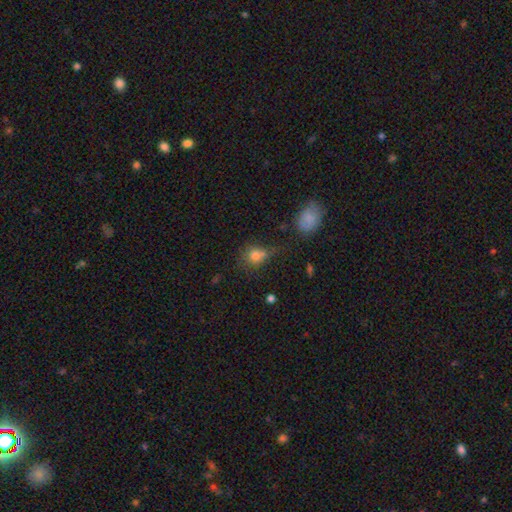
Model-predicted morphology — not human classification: A smooth galaxy with no disk features (74%) that is round (73%).

Vote fractions:
- Smooth or featured? smooth: 74% / star or artifact: 15% / featured or disk: 10%
- How rounded? round: 73% / in between: 26% / cigar-shaped: 2%
- Merging? none: 49% / merger: 22% / minor disturbance: 19% / major disturbance: 11%